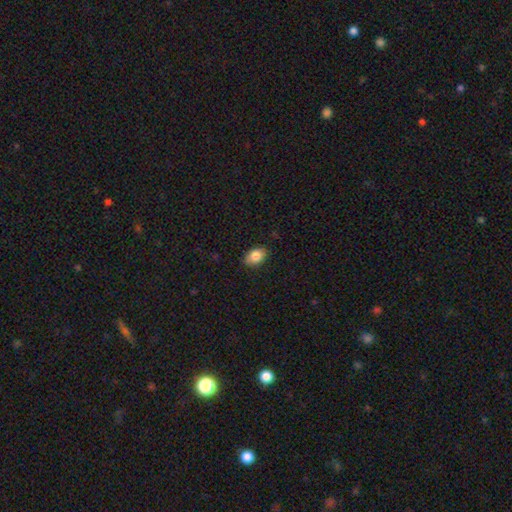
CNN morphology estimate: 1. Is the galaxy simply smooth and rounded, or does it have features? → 85% smooth, 8% star or artifact, 7% featured or disk.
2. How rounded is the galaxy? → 84% in between, 15% round, 1% cigar-shaped.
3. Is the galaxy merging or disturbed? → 84% none, 13% minor disturbance, 2% major disturbance, 1% merger.